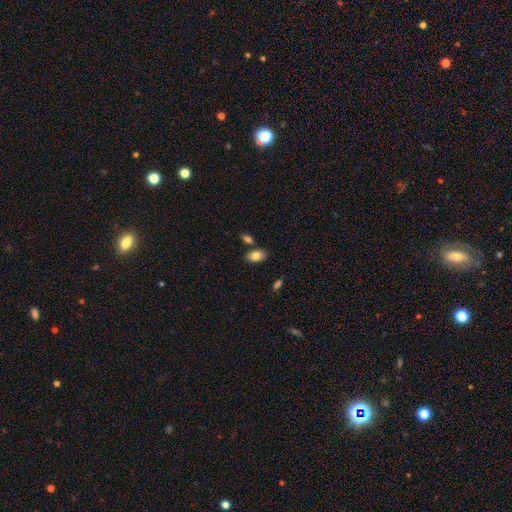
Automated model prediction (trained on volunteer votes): Smooth or featured? smooth (81%)
How rounded? in between (90%)
Merging? none (76%)